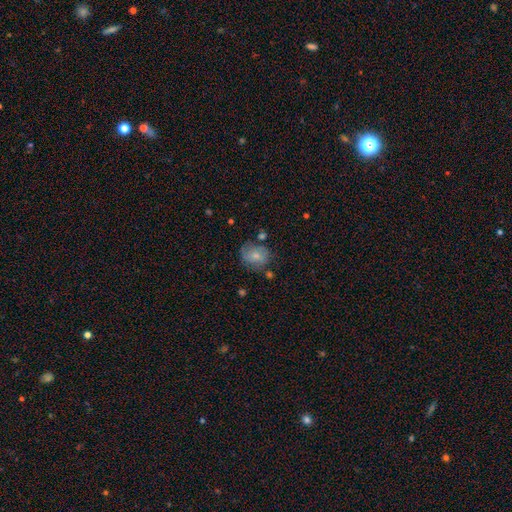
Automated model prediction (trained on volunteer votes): The model was most divided on "merging": none: 58%, minor disturbance: 25%, major disturbance: 10%, merger: 7%. More confident: how rounded — round (66%); smooth or featured — smooth (66%).